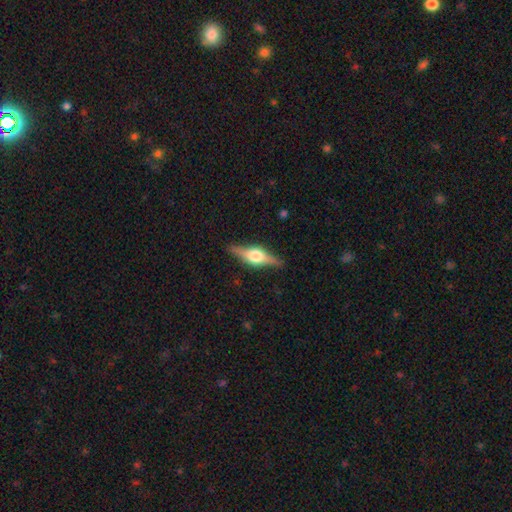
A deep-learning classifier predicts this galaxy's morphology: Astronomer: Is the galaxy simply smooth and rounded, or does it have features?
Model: featured or disk — 75%.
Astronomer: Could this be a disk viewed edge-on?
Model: yes — 97%.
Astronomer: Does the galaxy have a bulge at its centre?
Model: rounded — 92%.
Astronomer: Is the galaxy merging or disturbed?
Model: none — 88%.